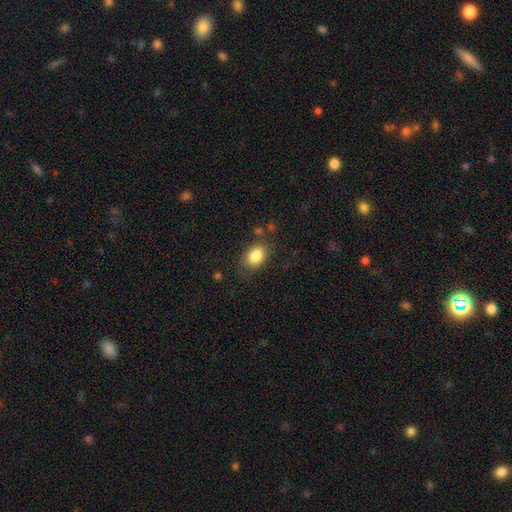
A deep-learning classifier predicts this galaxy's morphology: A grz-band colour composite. It shows a smooth galaxy with no disk features (85%) that is in between round and cigar-shaped (72%). Merging: none (77%).